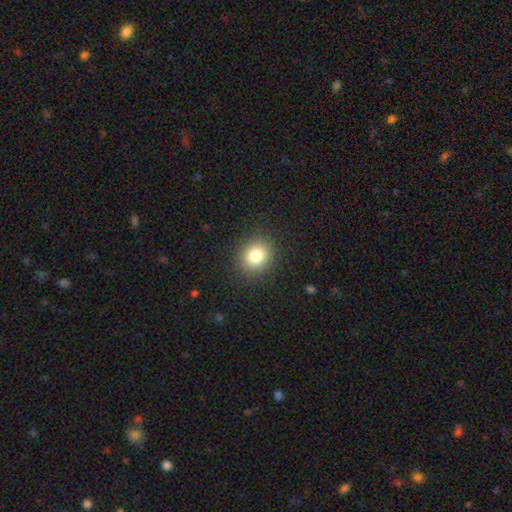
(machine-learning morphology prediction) Q: Smooth or featured?
A: smooth (81%); runner-up: star or artifact (12%)
Q: How rounded?
A: round (81%); runner-up: in between (18%)
Q: Merging?
A: none (89%); runner-up: minor disturbance (7%)